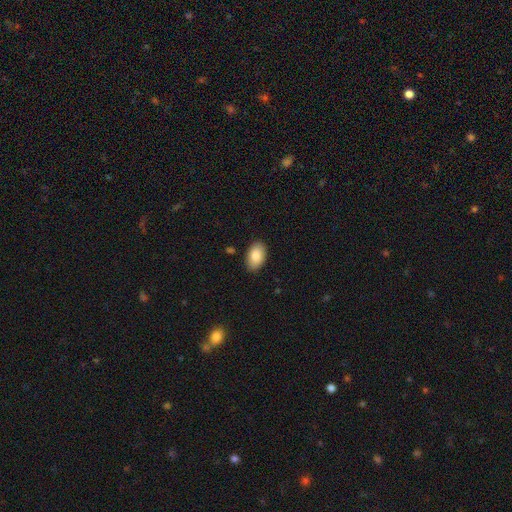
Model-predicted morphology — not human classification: Smooth or featured? Predicted: smooth (p=0.86). How rounded? Predicted: in between (p=0.93). Merging? Predicted: none (p=0.88).